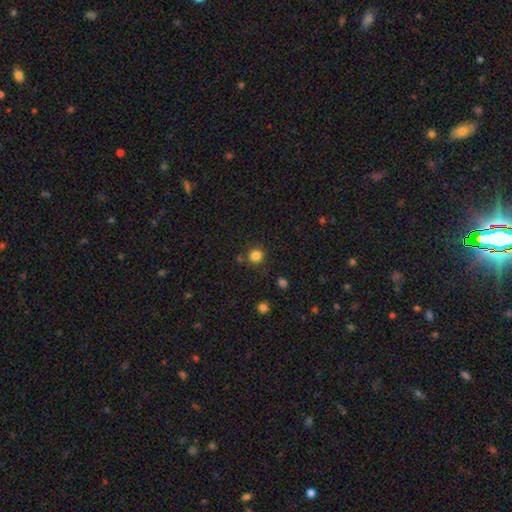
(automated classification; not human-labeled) Morphology: type=smooth (83%); roundness=round (89%); merging=none (82%).